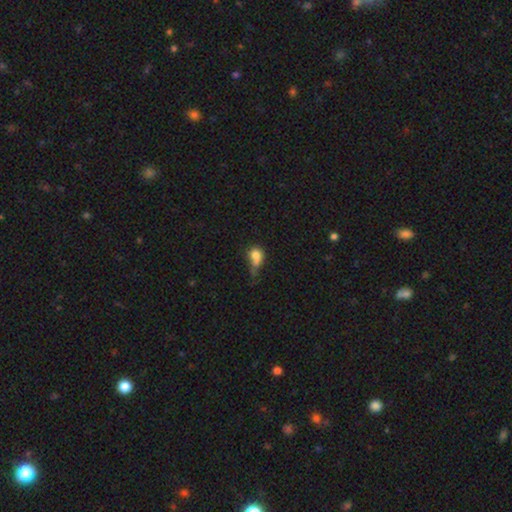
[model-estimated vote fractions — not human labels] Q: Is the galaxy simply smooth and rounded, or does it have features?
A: smooth — 73%.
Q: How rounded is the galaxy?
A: in between — 49%.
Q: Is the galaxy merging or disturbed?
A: major disturbance — 36%.